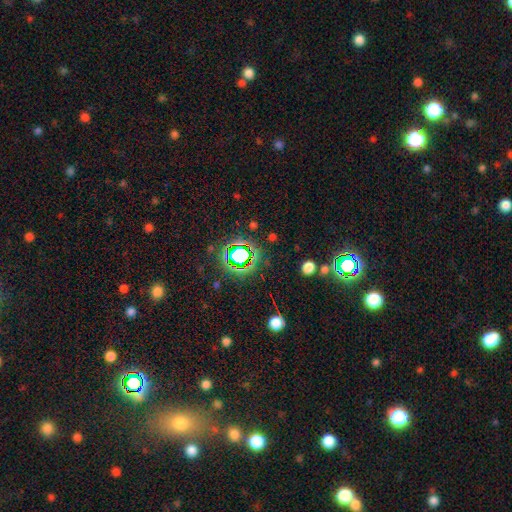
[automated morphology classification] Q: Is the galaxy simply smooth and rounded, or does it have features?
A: star or artifact — 76%.